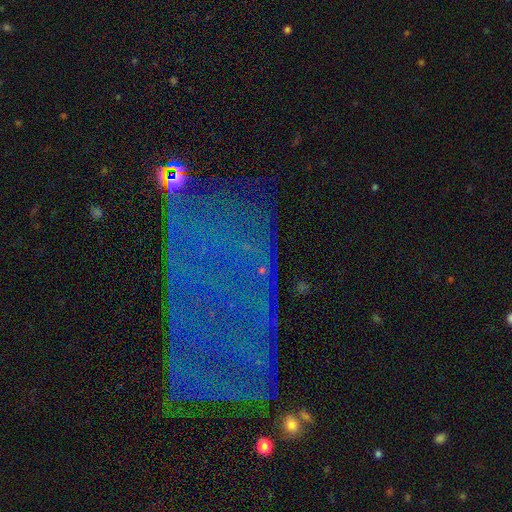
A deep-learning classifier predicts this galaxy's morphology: Smooth or featured? star or artifact (54%)